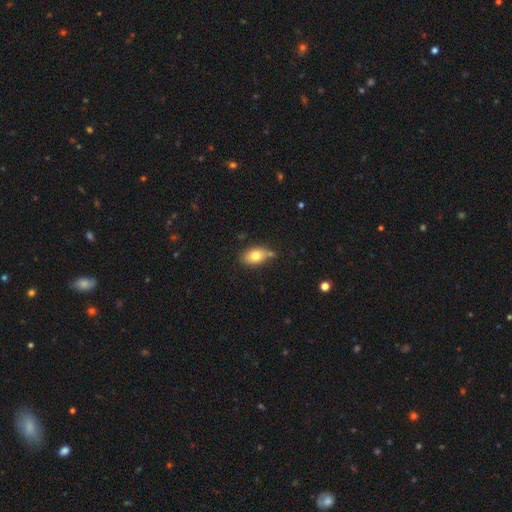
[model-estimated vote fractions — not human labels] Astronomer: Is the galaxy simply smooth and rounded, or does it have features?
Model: smooth — 77%.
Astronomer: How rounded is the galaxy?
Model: in between — 86%.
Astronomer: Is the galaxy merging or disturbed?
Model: none — 65%.